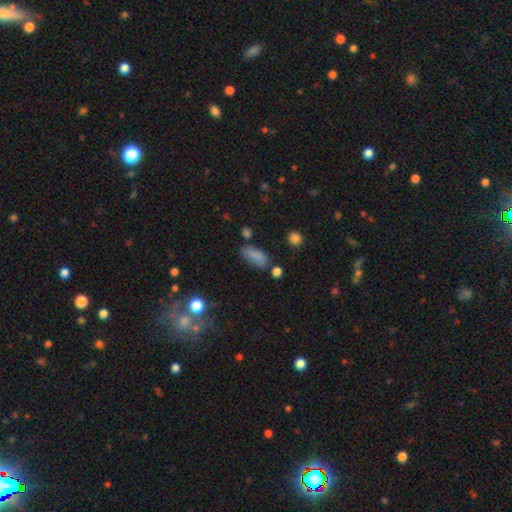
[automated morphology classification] Overall: smooth (80%). How rounded: in between (81%). Merging: none (55%; minor disturbance 26%).